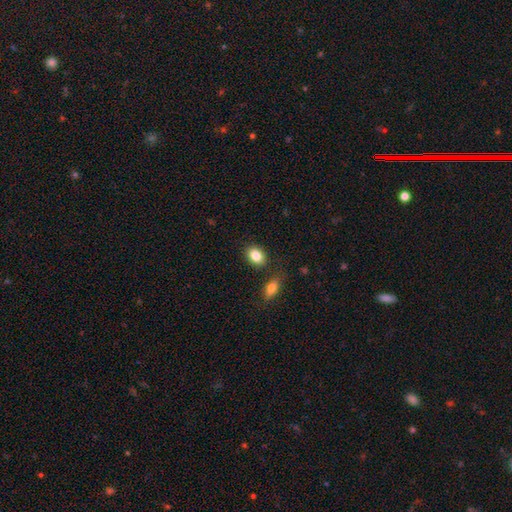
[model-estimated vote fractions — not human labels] smooth_or_featured: smooth (p=0.85) [alt: star or artifact p=0.08]
how_rounded: in between (p=0.72) [alt: round p=0.27]
merging: none (p=0.82) [alt: minor disturbance p=0.09]